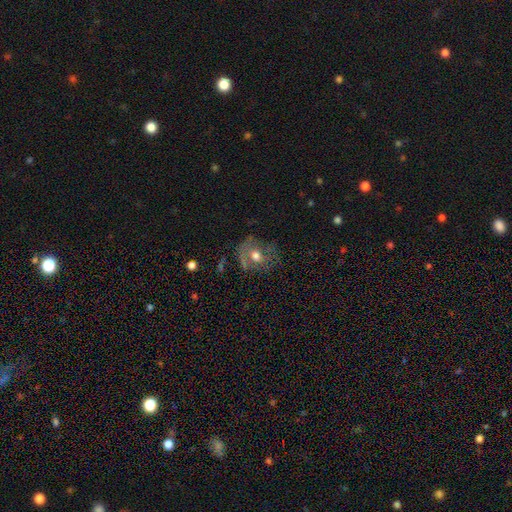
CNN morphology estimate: type=smooth (47%); merging=none (54%).